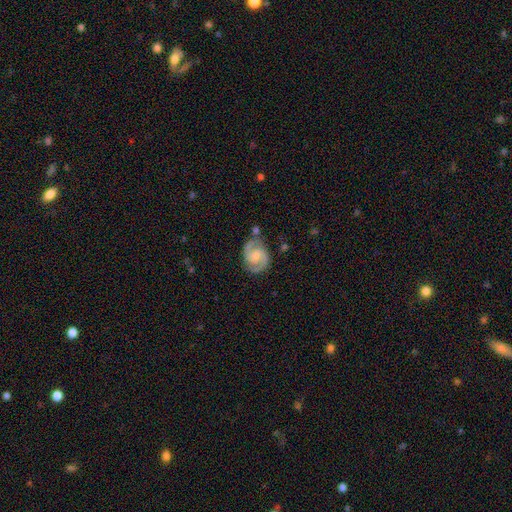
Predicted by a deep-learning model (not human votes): A featured or disk galaxy (86%) with a weak bar (45%), 2 (92%) medium (54%) spiral arms (97%) and a small central bulge (37%).

Vote fractions:
- Smooth or featured? featured or disk: 86% / smooth: 9% / star or artifact: 5%
- Edge-on disk? no: 98% / yes: 2%
- Bar? weak: 45% / no: 44% / strong: 11%
- Spiral arms? yes: 97% / no: 3%
- Spiral winding? medium: 54% / tight: 34% / loose: 11%
- Spiral arm count? 2: 92% / can't tell: 3% / 3: 2% / 1: 1% / 4: 1% / more than 4: 1%
- Bulge size? small: 37% / moderate: 34% / none: 22% / large: 6% / dominant: 1%
- Merging? none: 74% / minor disturbance: 16% / merger: 5% / major disturbance: 5%